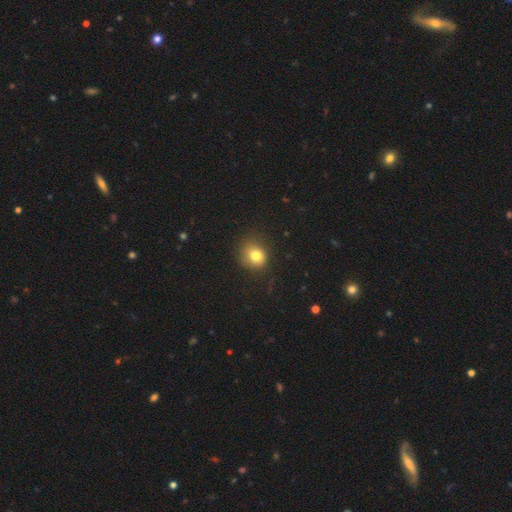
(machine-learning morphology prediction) smooth 79%, star or artifact 12%, featured or disk 9%. Down the decision tree: how rounded — round (73%); merging — none (72%).